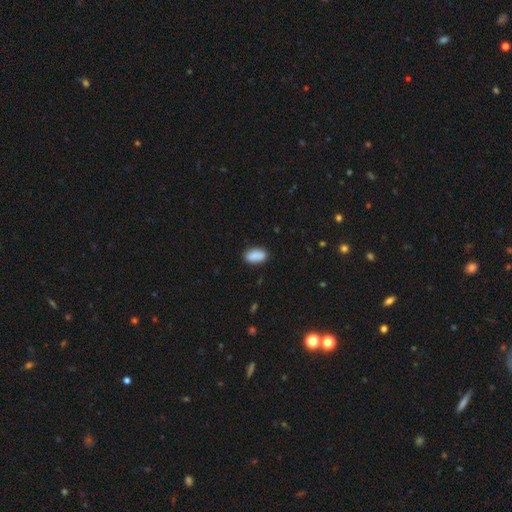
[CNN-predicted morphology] smooth_or_featured: smooth (p=0.88) [alt: star or artifact p=0.07]
how_rounded: in between (p=0.92) [alt: round p=0.04]
merging: none (p=0.84) [alt: minor disturbance p=0.12]